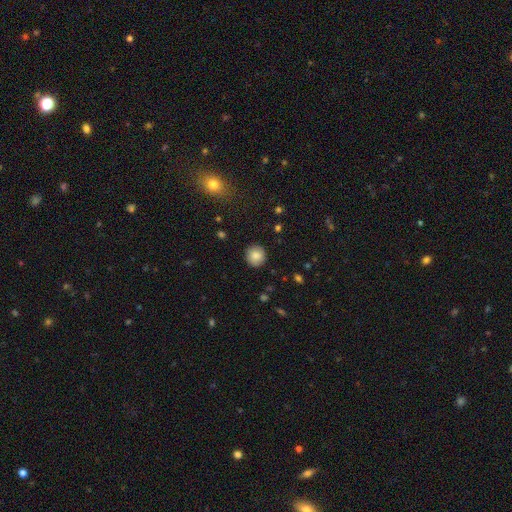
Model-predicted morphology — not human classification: Q: Smooth or featured?
A: smooth (86%); runner-up: star or artifact (9%)
Q: How rounded?
A: round (93%); runner-up: in between (6%)
Q: Merging?
A: none (91%); runner-up: minor disturbance (6%)